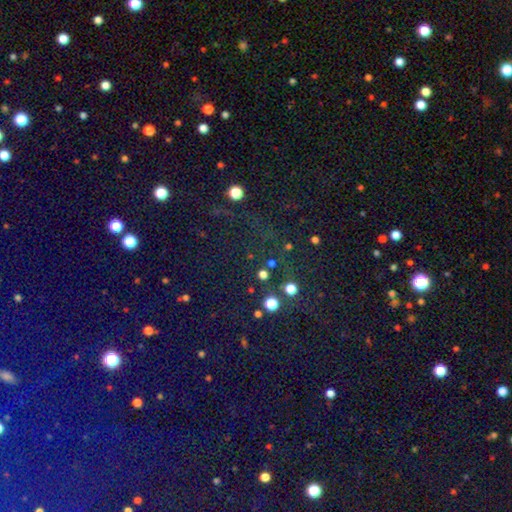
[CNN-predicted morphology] This is clearly a star or artifact rather than a galaxy (81%).